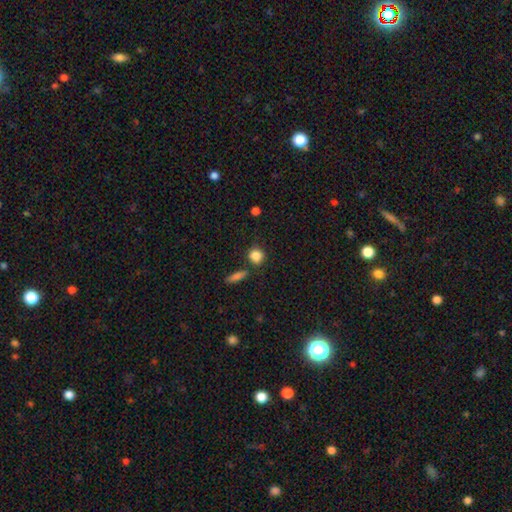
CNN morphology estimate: The model was most divided on "how rounded": round: 79%, in between: 19%, cigar-shaped: 2%. More confident: smooth or featured — smooth (86%); merging — none (75%).